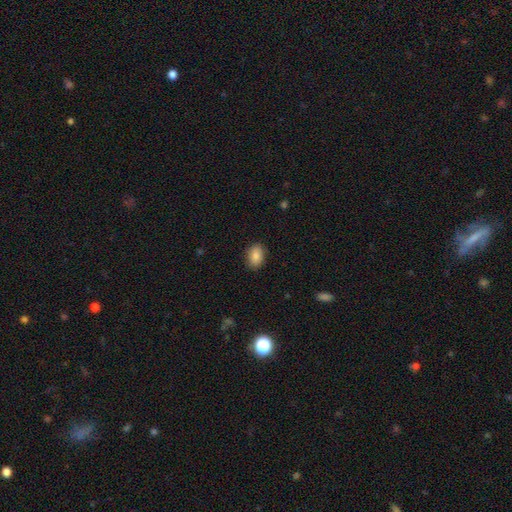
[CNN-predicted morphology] This appears to be a smooth galaxy with no disk features (86%) that is in between round and cigar-shaped (83%). Merging: none (87%).